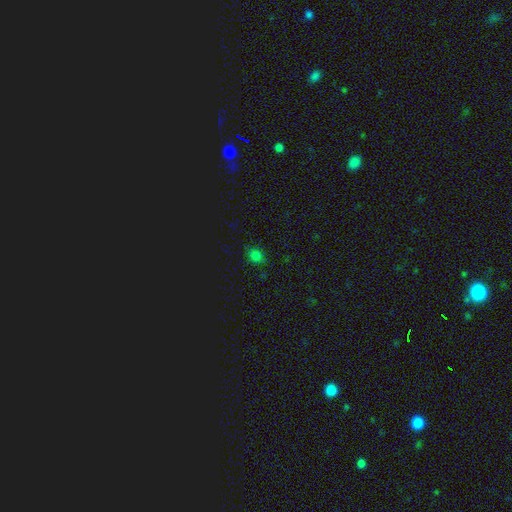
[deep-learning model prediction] A smooth galaxy with no disk features (73%) that is in between round and cigar-shaped (50%).

Vote fractions:
- Smooth or featured? smooth: 73% / star or artifact: 22% / featured or disk: 5%
- How rounded? in between: 50% / round: 49% / cigar-shaped: 2%
- Merging? none: 82% / minor disturbance: 14% / major disturbance: 3% / merger: 1%